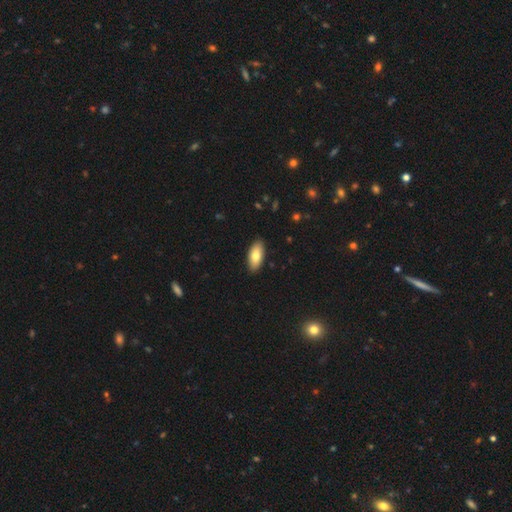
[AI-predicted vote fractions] Q: Smooth or featured?
A: smooth (79%); runner-up: featured or disk (15%)
Q: How rounded?
A: in between (87%); runner-up: cigar-shaped (11%)
Q: Merging?
A: none (89%); runner-up: minor disturbance (8%)